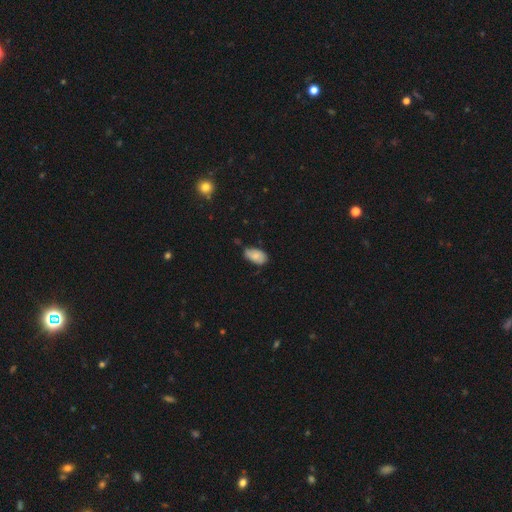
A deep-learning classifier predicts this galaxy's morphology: The model was most divided on "merging": none: 55%, minor disturbance: 36%, major disturbance: 6%, merger: 3%. More confident: how rounded — in between (93%); smooth or featured — smooth (79%).